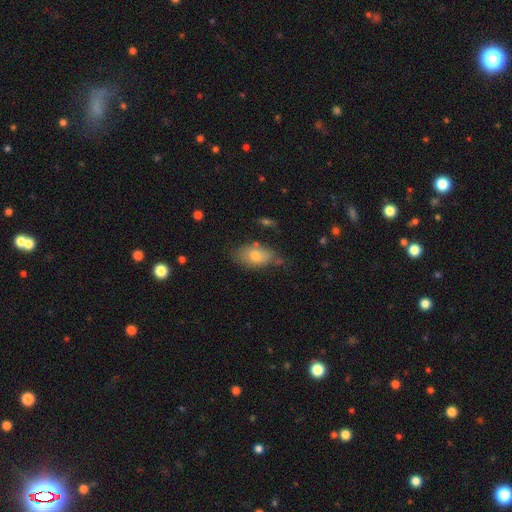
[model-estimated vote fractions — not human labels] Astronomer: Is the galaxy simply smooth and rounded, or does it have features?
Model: smooth — 74%.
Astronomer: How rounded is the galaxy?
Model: in between — 89%.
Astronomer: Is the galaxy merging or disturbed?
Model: none — 62%.